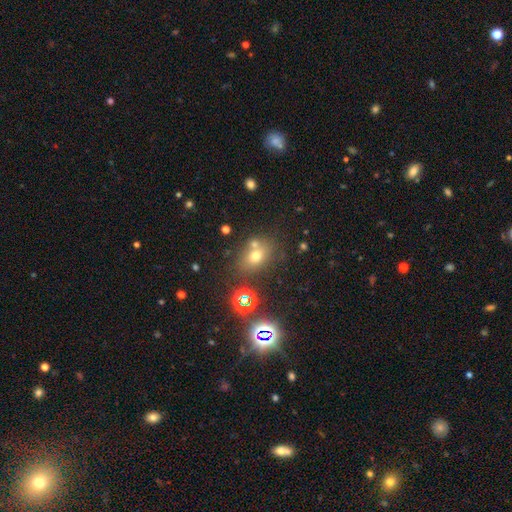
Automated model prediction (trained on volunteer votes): A smooth galaxy with no disk features (58%) that is in between round and cigar-shaped (56%). Merging: none (60%).